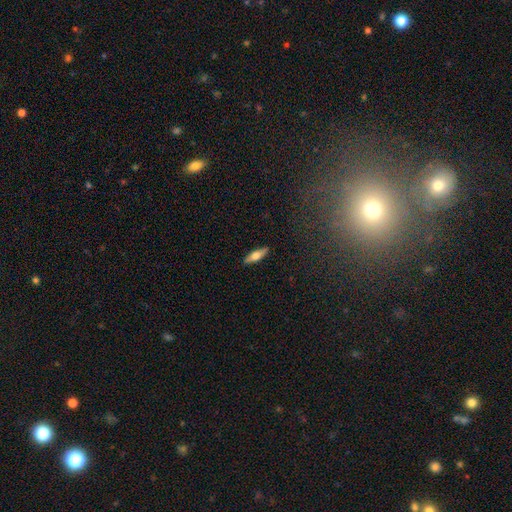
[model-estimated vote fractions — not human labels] Overall: smooth (52%; featured or disk 42%). How rounded: cigar-shaped (55%; in between 42%). Merging: none (90%).